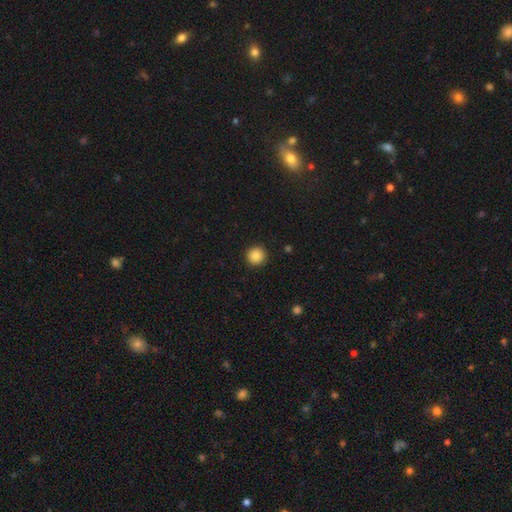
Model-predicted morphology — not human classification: Q: Smooth or featured?
A: smooth (87%); runner-up: star or artifact (10%)
Q: How rounded?
A: round (95%); runner-up: in between (5%)
Q: Merging?
A: none (92%); runner-up: minor disturbance (5%)